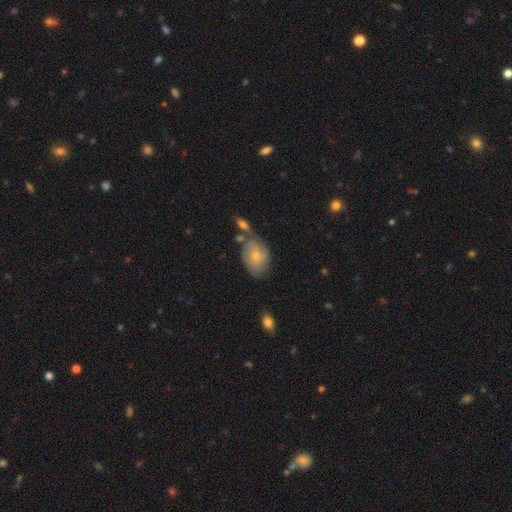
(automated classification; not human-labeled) Overall: smooth (51%; featured or disk 42%). How rounded: in between (77%). Merging: none (45%; minor disturbance 25%).